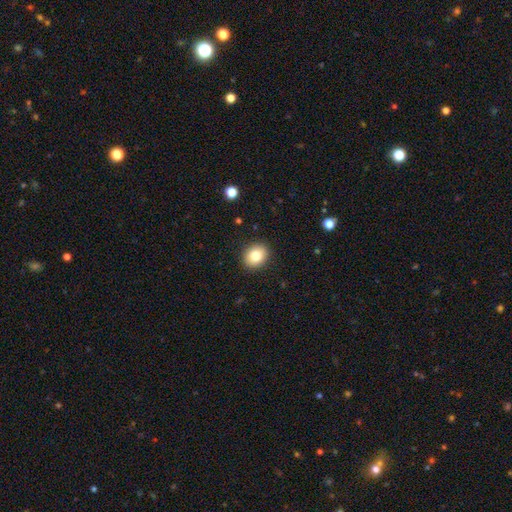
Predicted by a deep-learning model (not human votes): Q: Smooth or featured?
A: smooth (81%); runner-up: star or artifact (9%)
Q: How rounded?
A: round (57%); runner-up: in between (43%)
Q: Merging?
A: none (90%); runner-up: minor disturbance (7%)